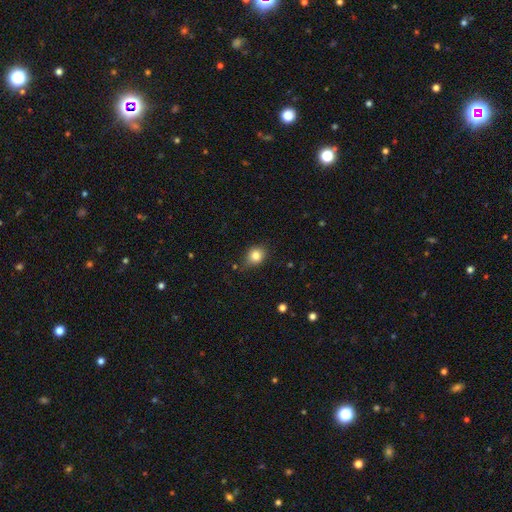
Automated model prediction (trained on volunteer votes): Smooth or featured? Predicted: smooth (p=0.82). How rounded? Predicted: round (p=0.67). Merging? Predicted: none (p=0.75).